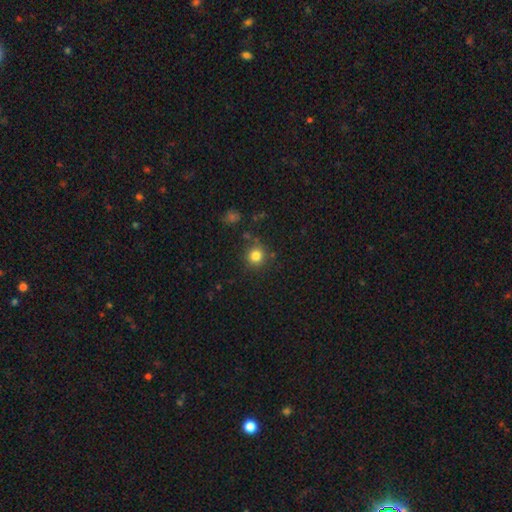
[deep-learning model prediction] Smooth or featured? Predicted: smooth (p=0.81). How rounded? Predicted: round (p=0.92). Merging? Predicted: none (p=0.82).